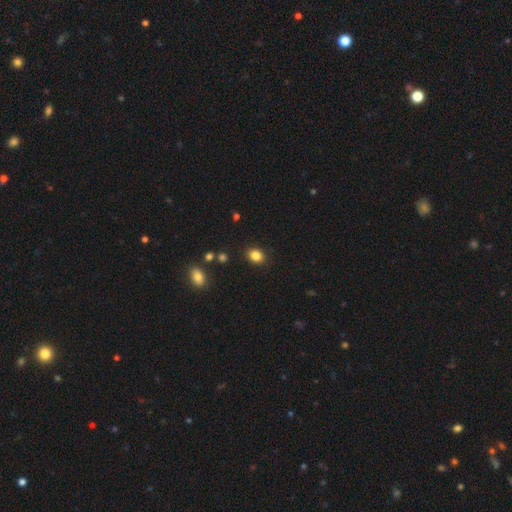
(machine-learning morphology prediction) Smooth or featured: smooth — 85% (star or artifact — 10%)
How rounded: in between — 56% (round — 43%)
Merging: none — 87% (minor disturbance — 8%)